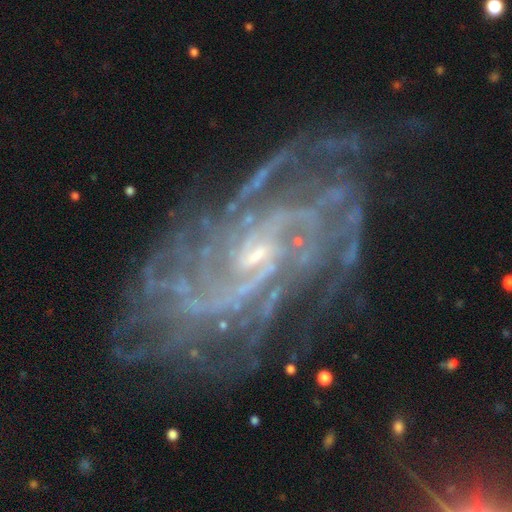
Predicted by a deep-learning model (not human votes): Smooth or featured?
  - featured or disk: 88% *
  - star or artifact: 8%
  - smooth: 4%
Edge-on disk?
  - no: 96% *
  - yes: 4%
Bar?
  - no: 53% *
  - weak: 35%
  - strong: 12%
Spiral arms?
  - yes: 98% *
  - no: 2%
Spiral winding?
  - tight: 64% *
  - medium: 29%
  - loose: 7%
Spiral arm count?
  - can't tell: 24% *
  - 4: 20%
  - more than 4: 19%
  - 3: 14%
  - 2: 13%
  - 1: 10%
Bulge size?
  - small: 73% *
  - moderate: 22%
  - none: 3%
  - large: 1%
  - dominant: 1%
Merging?
  - none: 76% *
  - minor disturbance: 15%
  - major disturbance: 7%
  - merger: 2%